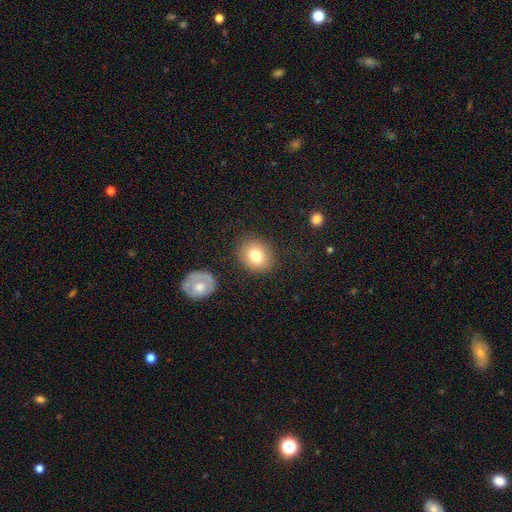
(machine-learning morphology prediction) This is likely a smooth galaxy (78%). How rounded: likely round (64%). Merging: clearly none (84%).